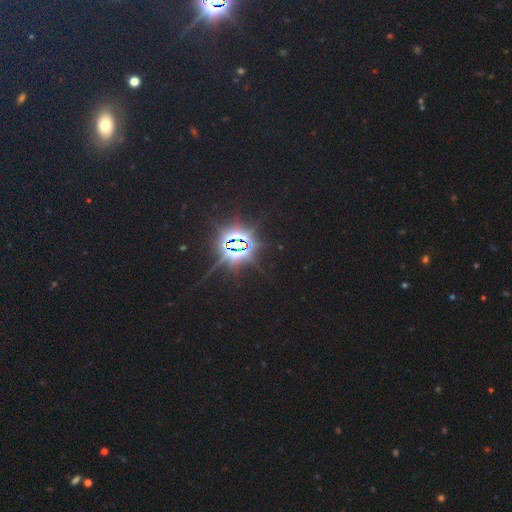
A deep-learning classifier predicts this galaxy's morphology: Smooth or featured?
  - star or artifact: 83% *
  - smooth: 11%
  - featured or disk: 6%